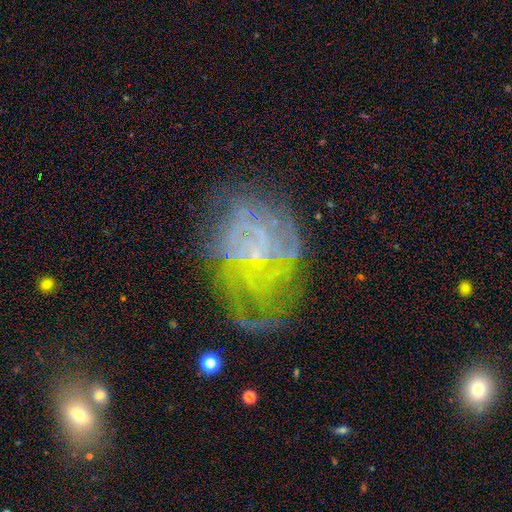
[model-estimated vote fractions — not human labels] This appears to be a featured or disk galaxy (69%) with no bar (59%), spiral arms (72%) and a small central bulge (63%). Merging: none (48%).